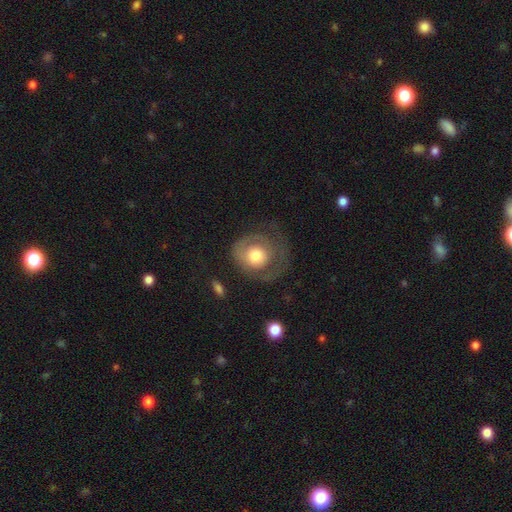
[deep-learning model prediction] smooth_or_featured: smooth (p=0.48) [alt: featured or disk p=0.46]
merging: none (p=0.45) [alt: major disturbance p=0.33]